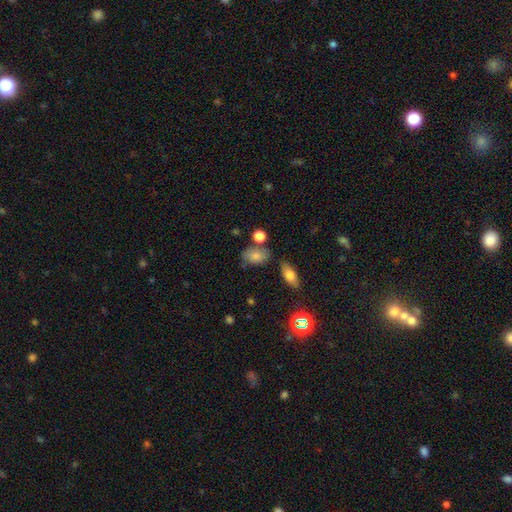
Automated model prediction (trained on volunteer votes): Smooth or featured: smooth — 79% (featured or disk — 11%)
How rounded: in between — 82% (round — 15%)
Merging: none — 65% (minor disturbance — 19%)